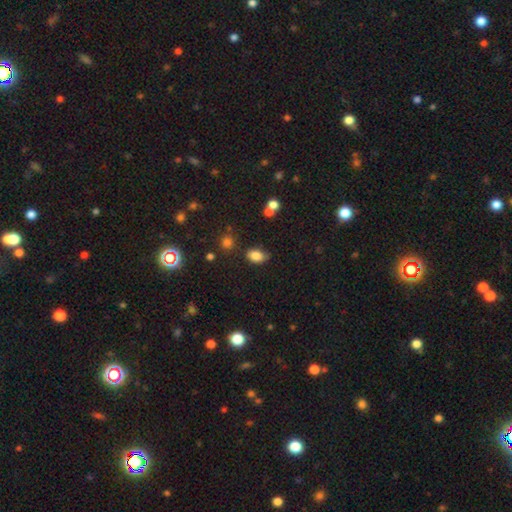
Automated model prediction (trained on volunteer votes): This is clearly a smooth galaxy (83%). How rounded: clearly in between (81%). Merging: likely none (65%).